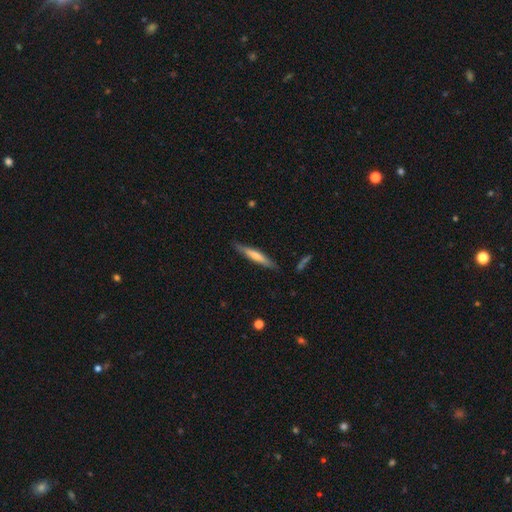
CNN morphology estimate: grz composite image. It shows a smooth galaxy with no disk features (53%) that is cigar-shaped (92%). Merging: none (86%).